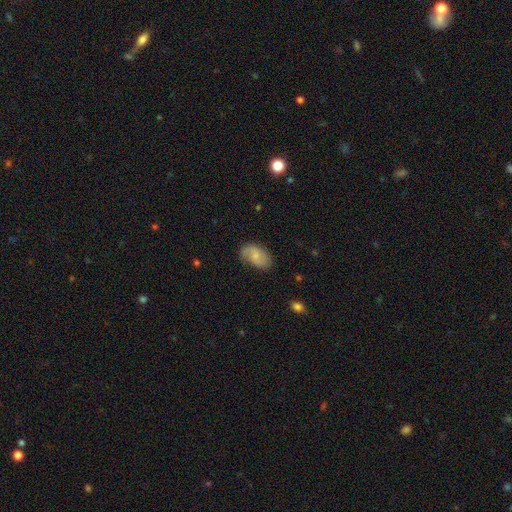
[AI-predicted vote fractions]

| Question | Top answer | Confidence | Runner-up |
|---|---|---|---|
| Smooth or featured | smooth | 52% | featured or disk (41%) |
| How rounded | in between | 91% | round (7%) |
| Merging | none | 73% | minor disturbance (20%) |